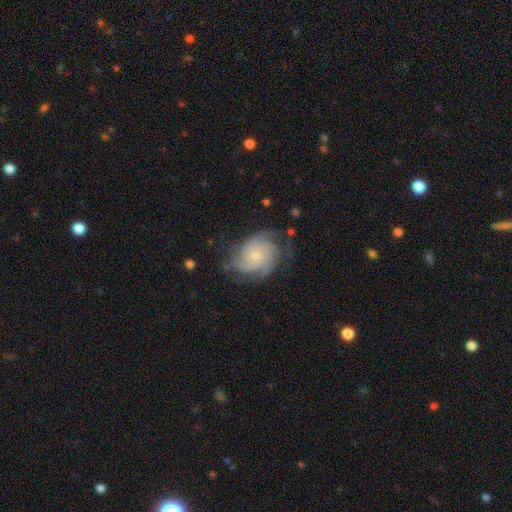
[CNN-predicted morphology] Overall: featured or disk (84%). Edge-on disk: no (98%). Bar: no (76%). Spiral arms: yes (97%). Spiral arm count: 3 (36%; can't tell 20%). Spiral winding: tight (59%; medium 34%). Bulge size: small (71%). Merging: none (67%).